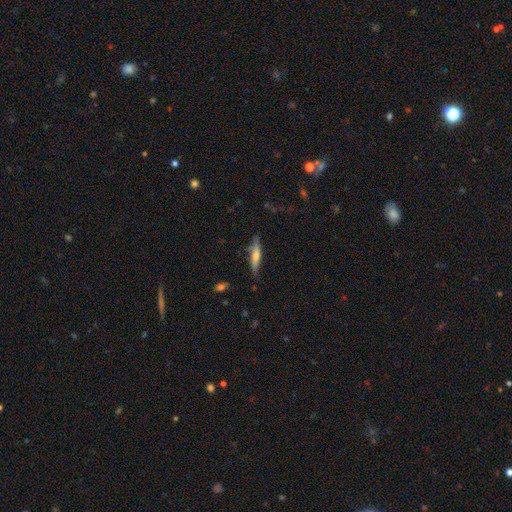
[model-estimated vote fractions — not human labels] Morphology: type=featured or disk (49%); merging=none (79%).